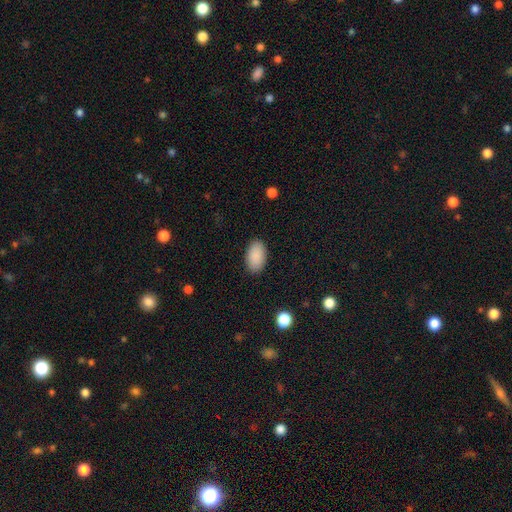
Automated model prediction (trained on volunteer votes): This is clearly a smooth galaxy (90%). How rounded: clearly in between (95%). Merging: clearly none (89%).